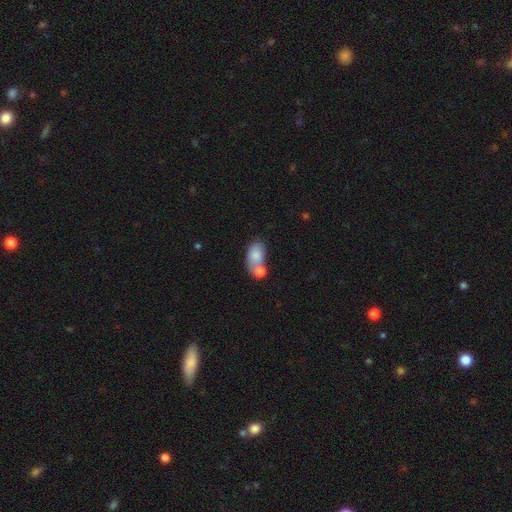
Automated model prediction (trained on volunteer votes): The model was most divided on "merging": merger: 44%, none: 35%, minor disturbance: 15%, major disturbance: 7%. More confident: how rounded — in between (87%); smooth or featured — smooth (78%).